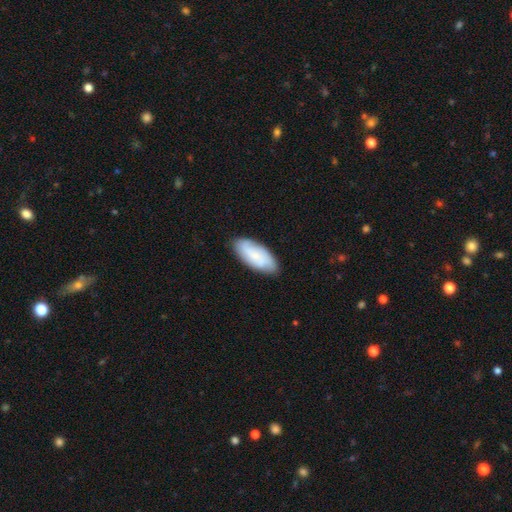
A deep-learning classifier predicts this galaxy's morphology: This is possibly a smooth galaxy (57%). How rounded: clearly in between (83%). Merging: clearly none (82%).